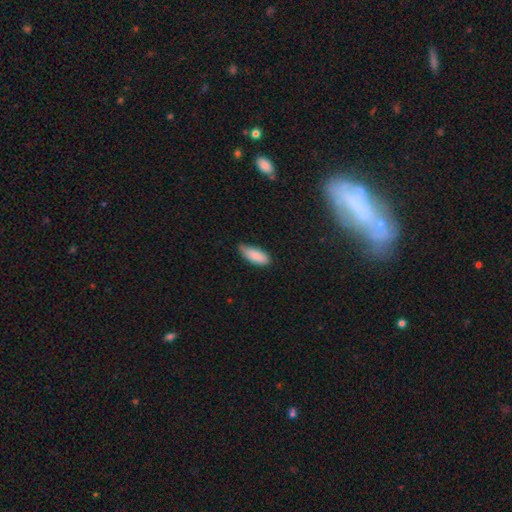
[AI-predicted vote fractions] smooth-or-featured: smooth: 88% | featured or disk: 6% | star or artifact: 6%
  how-rounded: in between: 80% | cigar-shaped: 18% | round: 2%
  merging: none: 59% | minor disturbance: 35% | major disturbance: 4% | merger: 2%